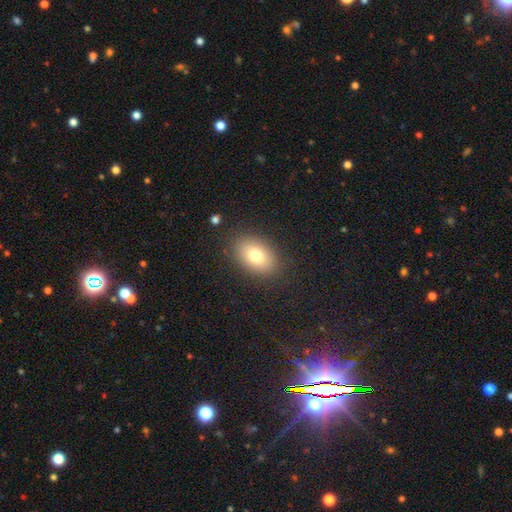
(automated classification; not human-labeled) Smooth or featured?
  - smooth: 79% *
  - featured or disk: 12%
  - star or artifact: 9%
How rounded?
  - in between: 85% *
  - round: 13%
  - cigar-shaped: 1%
Merging?
  - none: 86% *
  - minor disturbance: 9%
  - major disturbance: 3%
  - merger: 1%